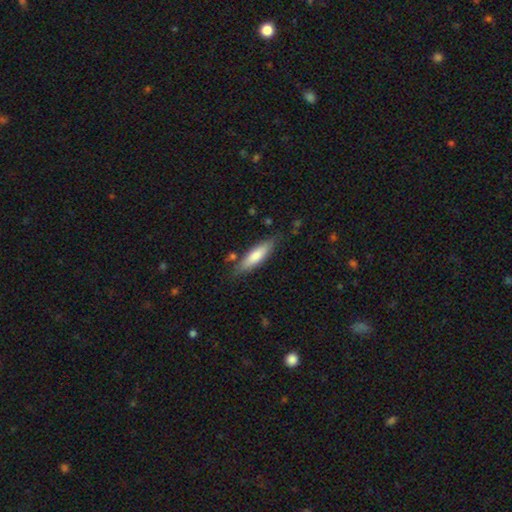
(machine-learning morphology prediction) type=smooth (71%); roundness=cigar-shaped (67%); merging=none (79%).